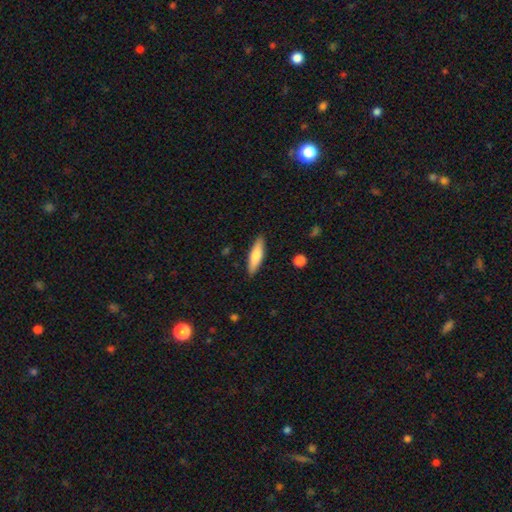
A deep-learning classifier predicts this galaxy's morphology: Smooth or featured: smooth — 70% (featured or disk — 24%)
How rounded: cigar-shaped — 67% (in between — 31%)
Merging: none — 89% (minor disturbance — 8%)